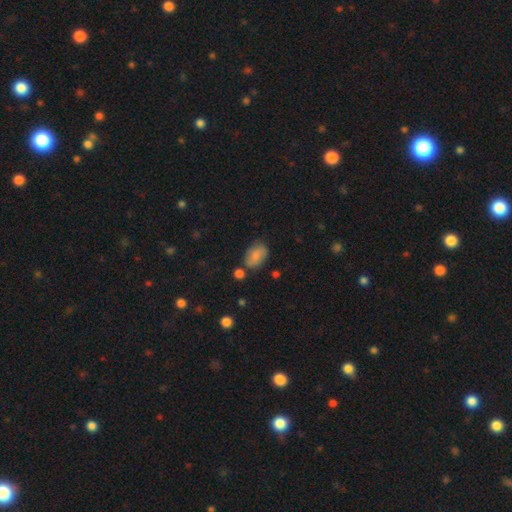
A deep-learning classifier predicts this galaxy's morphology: This appears to be a smooth galaxy with no disk features (80%) that is in between round and cigar-shaped (88%). Merging: none (66%).